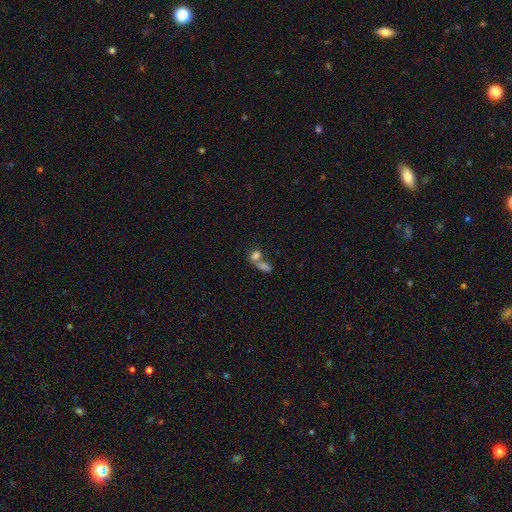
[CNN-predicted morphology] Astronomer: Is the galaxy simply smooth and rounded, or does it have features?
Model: smooth — 75%.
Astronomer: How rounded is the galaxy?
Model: in between — 66%.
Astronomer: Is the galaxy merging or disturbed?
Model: merger — 64%.